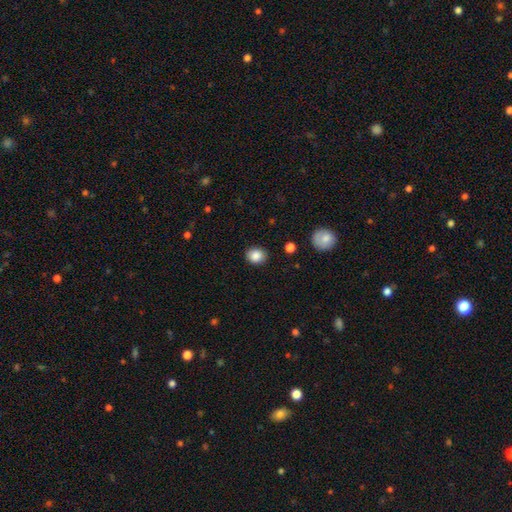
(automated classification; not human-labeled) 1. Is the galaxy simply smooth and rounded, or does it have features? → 87% smooth, 9% star or artifact, 4% featured or disk.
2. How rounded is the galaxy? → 66% round, 33% in between, 1% cigar-shaped.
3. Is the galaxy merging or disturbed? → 88% none, 8% minor disturbance, 2% major disturbance, 1% merger.